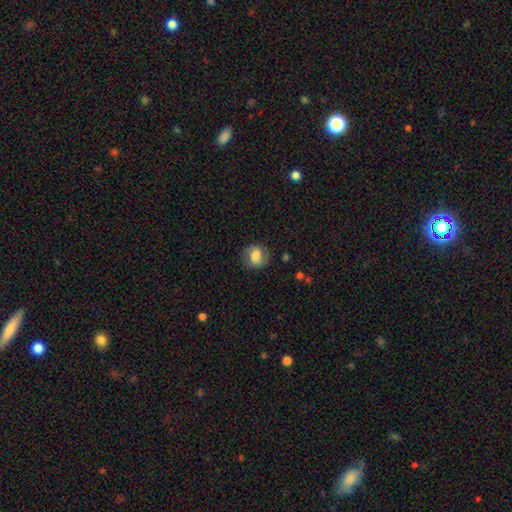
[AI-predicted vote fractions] smooth 56%, featured or disk 35%, star or artifact 9%. Down the decision tree: how rounded — round (63%); merging — none (78%).